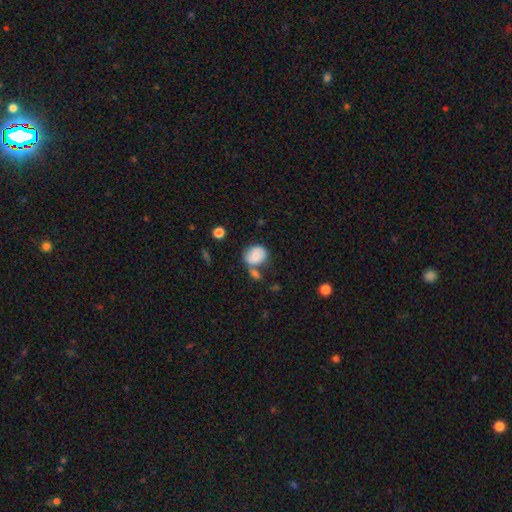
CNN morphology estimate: type=smooth (71%); roundness=round (58%); merging=none (46%).